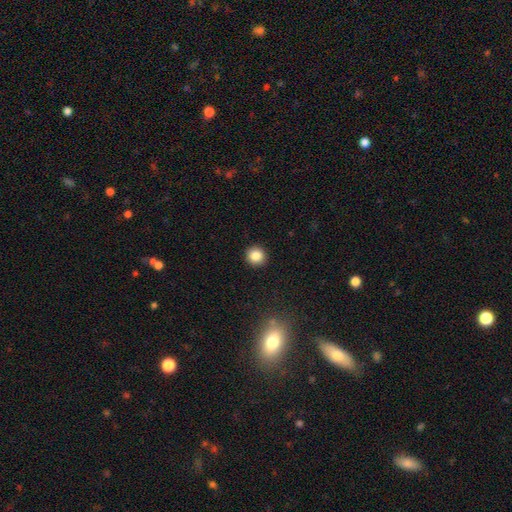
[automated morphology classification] Q: Smooth or featured?
A: smooth (85%); runner-up: star or artifact (11%)
Q: How rounded?
A: round (95%); runner-up: in between (4%)
Q: Merging?
A: none (93%); runner-up: minor disturbance (4%)